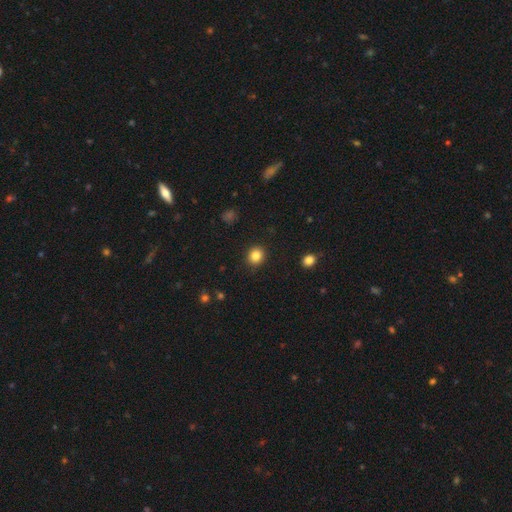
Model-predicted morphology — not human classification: Smooth or featured? smooth (84%)
How rounded? round (80%)
Merging? none (91%)